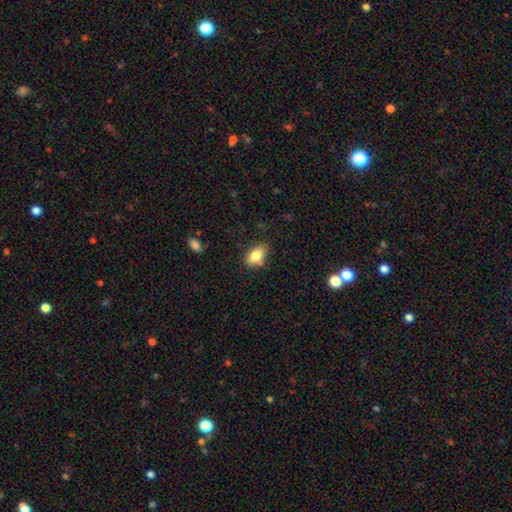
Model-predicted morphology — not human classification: smooth-or-featured: smooth: 83% | featured or disk: 10% | star or artifact: 8%
  how-rounded: in between: 90% | round: 8% | cigar-shaped: 2%
  merging: none: 78% | minor disturbance: 15% | merger: 5% | major disturbance: 3%